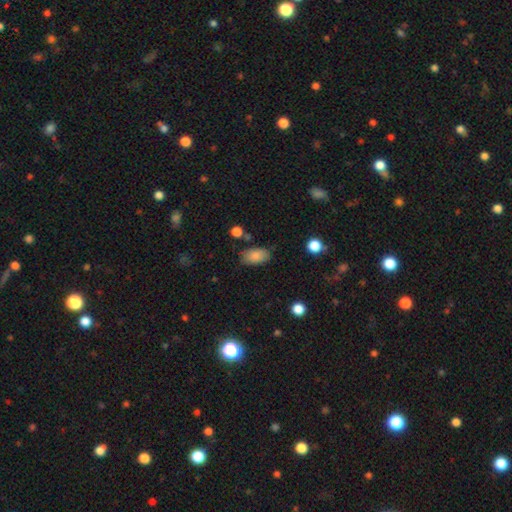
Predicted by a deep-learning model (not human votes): Smooth or featured?
  - smooth: 85% *
  - star or artifact: 8%
  - featured or disk: 7%
How rounded?
  - in between: 93% *
  - round: 5%
  - cigar-shaped: 2%
Merging?
  - none: 77% *
  - minor disturbance: 16%
  - major disturbance: 4%
  - merger: 3%